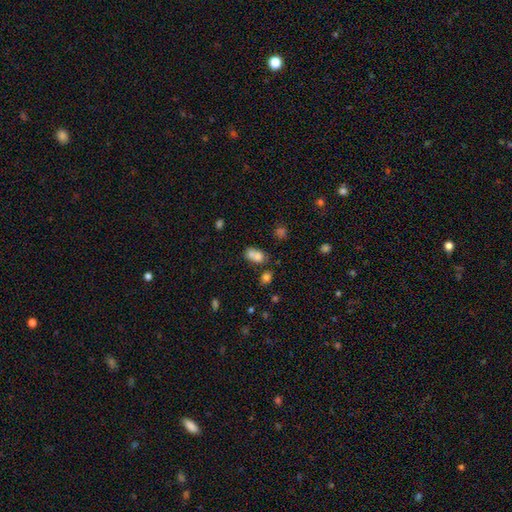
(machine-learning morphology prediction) Smooth or featured: smooth — 73% (featured or disk — 15%)
How rounded: in between — 67% (round — 31%)
Merging: merger — 59% (none — 26%)